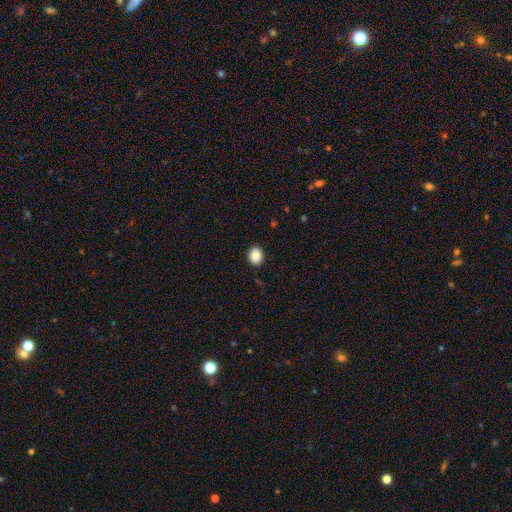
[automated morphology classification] smooth_or_featured: smooth (p=0.86) [alt: star or artifact p=0.09]
how_rounded: round (p=0.57) [alt: in between p=0.42]
merging: none (p=0.90) [alt: minor disturbance p=0.07]